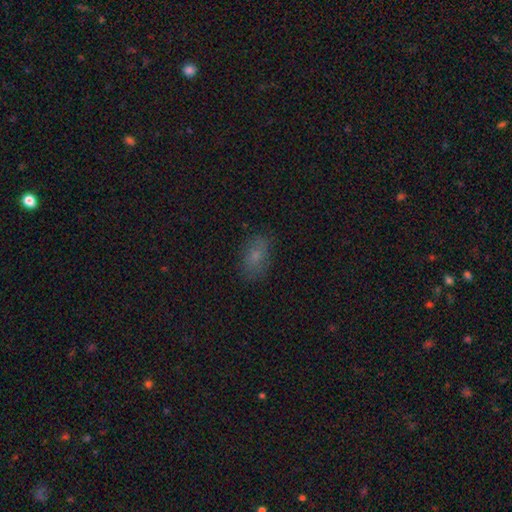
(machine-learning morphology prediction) The model was most divided on "smooth or featured": smooth: 72%, star or artifact: 15%, featured or disk: 14%. More confident: how rounded — in between (86%); merging — none (78%).